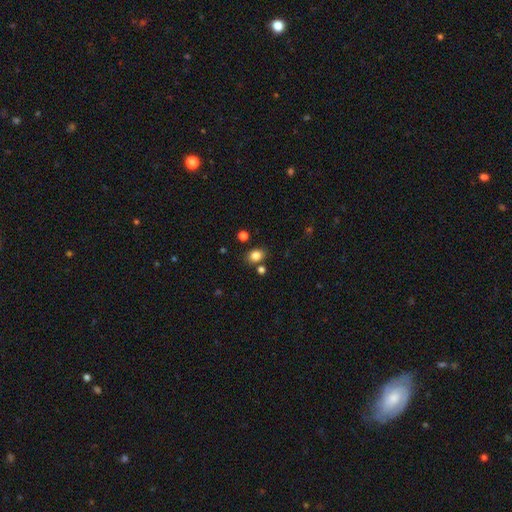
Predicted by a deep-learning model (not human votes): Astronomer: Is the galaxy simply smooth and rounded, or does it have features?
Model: smooth — 82%.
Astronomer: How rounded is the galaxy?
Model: round — 50% (runner-up: in between, 49%).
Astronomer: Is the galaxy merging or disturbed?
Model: none — 79%.